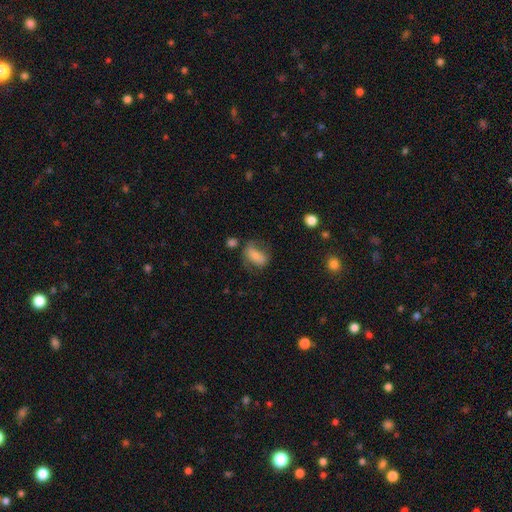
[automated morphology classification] smooth 64%, featured or disk 28%, star or artifact 8%. Down the decision tree: how rounded — in between (82%); merging — none (53%).